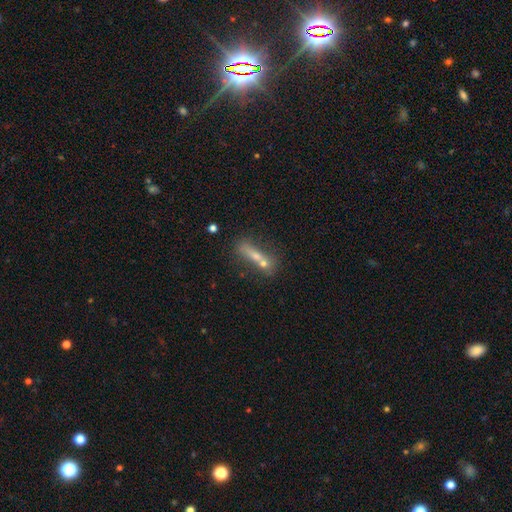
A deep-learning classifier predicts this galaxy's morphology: Smooth or featured: smooth — 52% (featured or disk — 32%)
How rounded: cigar-shaped — 66% (in between — 25%)
Merging: none — 48% (merger — 33%)